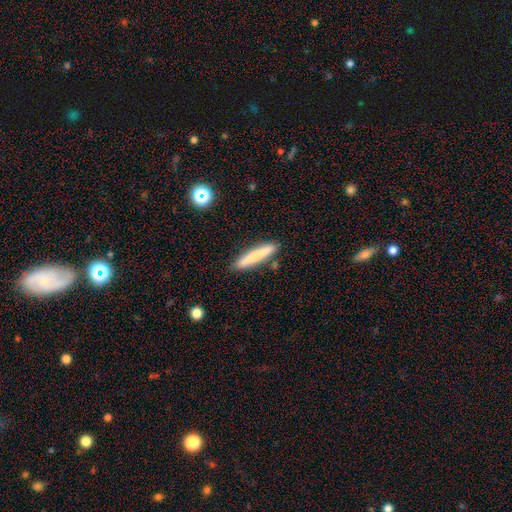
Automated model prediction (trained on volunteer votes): smooth 76%, featured or disk 17%, star or artifact 7%. Down the decision tree: how rounded — cigar-shaped (94%); merging — none (88%).